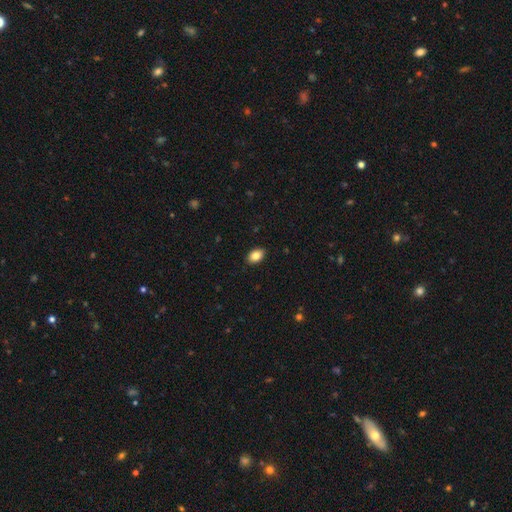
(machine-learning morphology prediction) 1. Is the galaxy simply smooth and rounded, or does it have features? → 85% smooth, 8% star or artifact, 7% featured or disk.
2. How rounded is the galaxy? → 86% in between, 13% round, 1% cigar-shaped.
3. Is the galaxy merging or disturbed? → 89% none, 8% minor disturbance, 2% major disturbance, 1% merger.